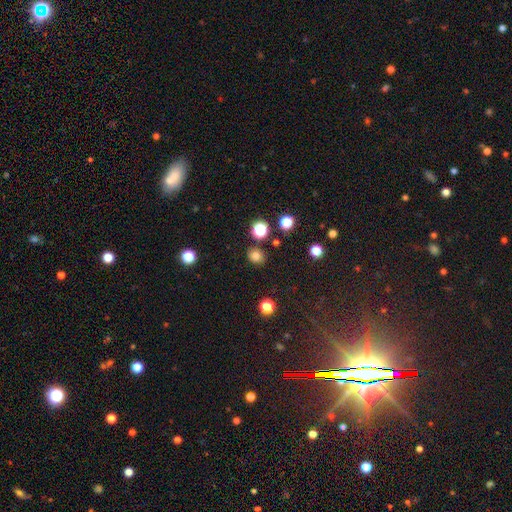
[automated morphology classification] type=smooth (79%); roundness=round (79%); merging=none (85%).